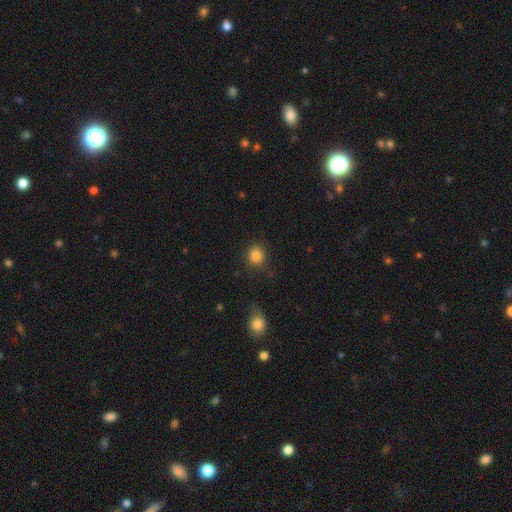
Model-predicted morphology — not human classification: smooth_or_featured: smooth (p=0.85) [alt: star or artifact p=0.10]
how_rounded: round (p=0.81) [alt: in between p=0.18]
merging: none (p=0.82) [alt: minor disturbance p=0.12]